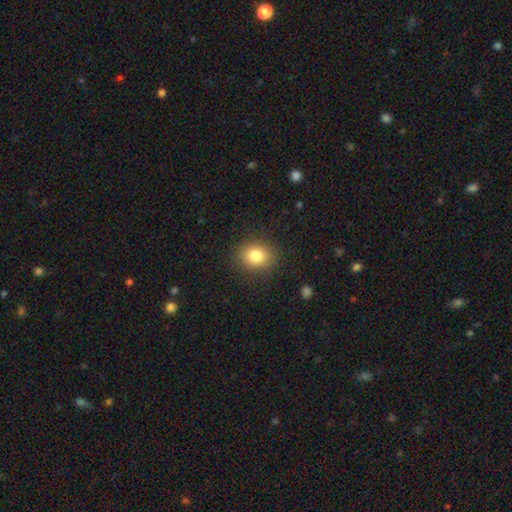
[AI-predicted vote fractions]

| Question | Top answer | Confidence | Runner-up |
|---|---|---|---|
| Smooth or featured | smooth | 83% | star or artifact (10%) |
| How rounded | round | 57% | in between (42%) |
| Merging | none | 87% | minor disturbance (9%) |